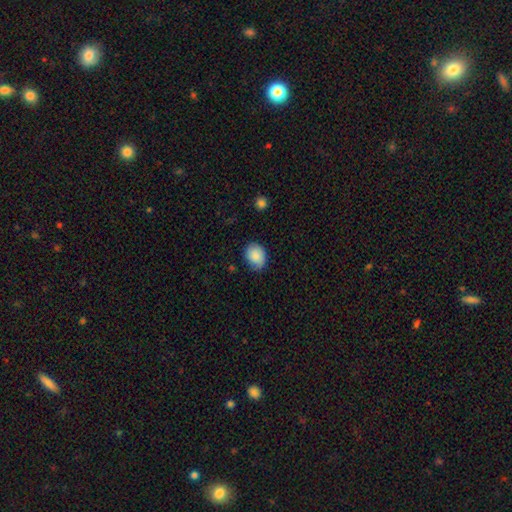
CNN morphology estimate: smooth-or-featured: smooth: 84% | featured or disk: 9% | star or artifact: 7%
  how-rounded: in between: 58% | round: 41% | cigar-shaped: 1%
  merging: none: 72% | minor disturbance: 23% | major disturbance: 4% | merger: 1%